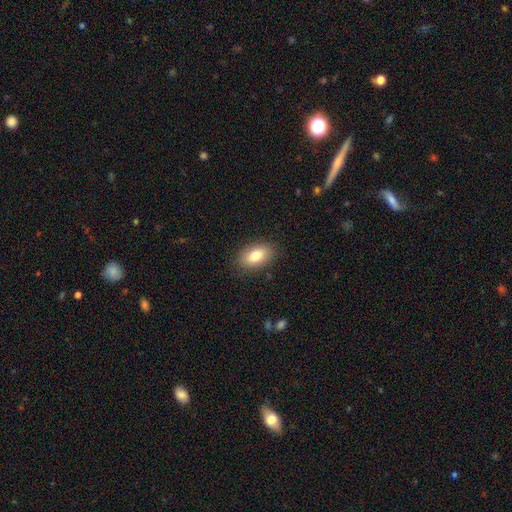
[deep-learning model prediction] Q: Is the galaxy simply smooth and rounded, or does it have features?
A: smooth — 80%.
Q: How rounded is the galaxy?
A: in between — 91%.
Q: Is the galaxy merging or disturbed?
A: none — 86%.